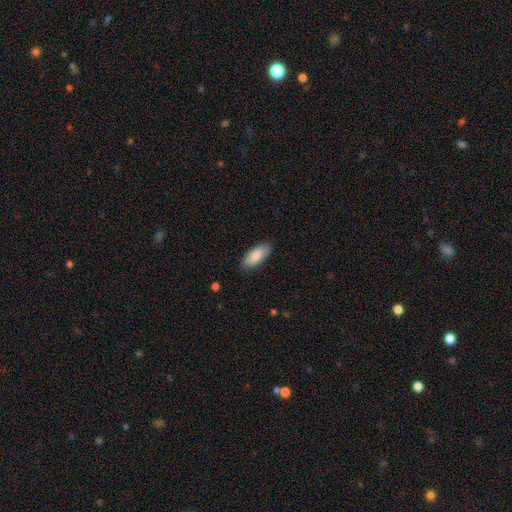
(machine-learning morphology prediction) This appears to be a smooth galaxy with no disk features (86%) that is in between round and cigar-shaped (86%). Merging: none (87%).